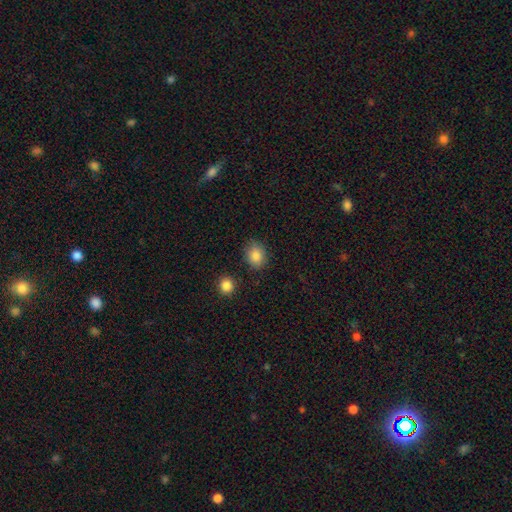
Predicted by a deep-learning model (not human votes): This appears to be a smooth galaxy with no disk features (86%) that is round (57%). Merging: none (81%).